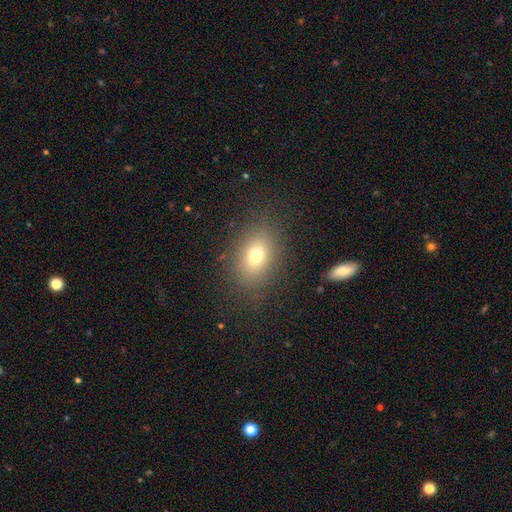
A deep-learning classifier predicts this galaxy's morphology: The model was most divided on "how rounded": in between: 74%, round: 24%, cigar-shaped: 2%. More confident: merging — none (83%); smooth or featured — smooth (73%).